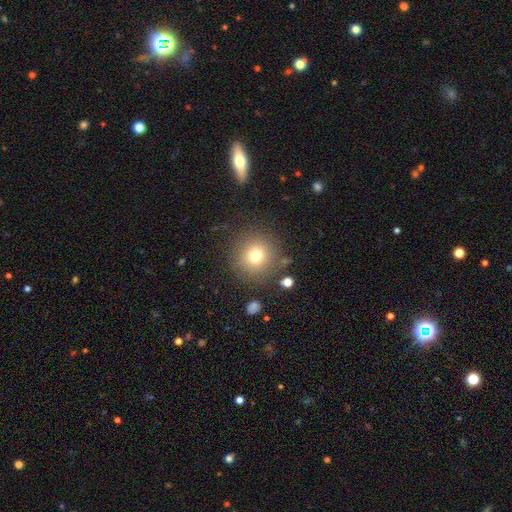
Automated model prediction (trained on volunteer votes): This is likely a smooth galaxy (74%). How rounded: clearly round (94%). Merging: clearly none (84%).